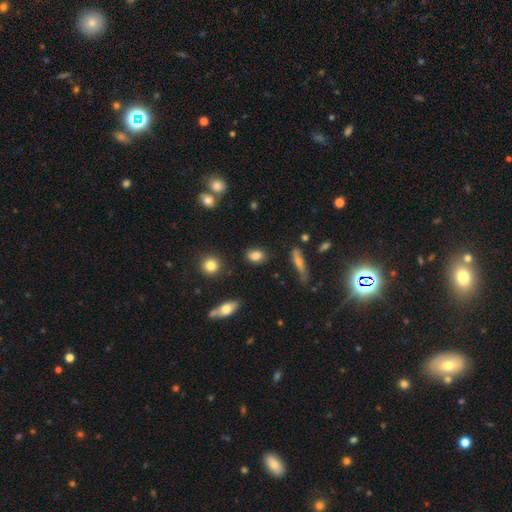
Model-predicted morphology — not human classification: Smooth or featured?
  - smooth: 82% *
  - star or artifact: 9%
  - featured or disk: 9%
How rounded?
  - in between: 77% *
  - round: 19%
  - cigar-shaped: 3%
Merging?
  - none: 82% *
  - minor disturbance: 12%
  - merger: 3%
  - major disturbance: 3%